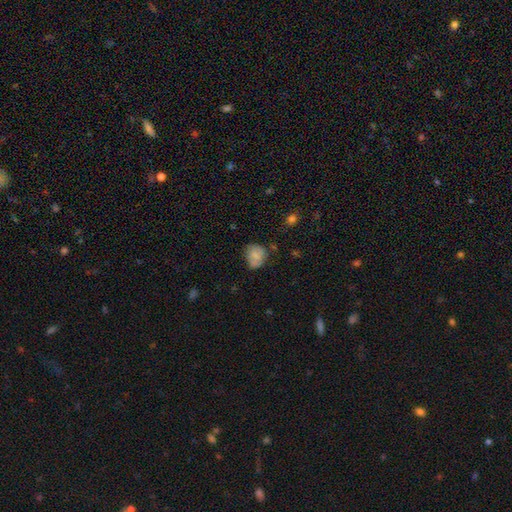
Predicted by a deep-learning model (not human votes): The model was most divided on "how rounded": round: 60%, in between: 39%, cigar-shaped: 1%. More confident: smooth or featured — smooth (65%); merging — none (59%).